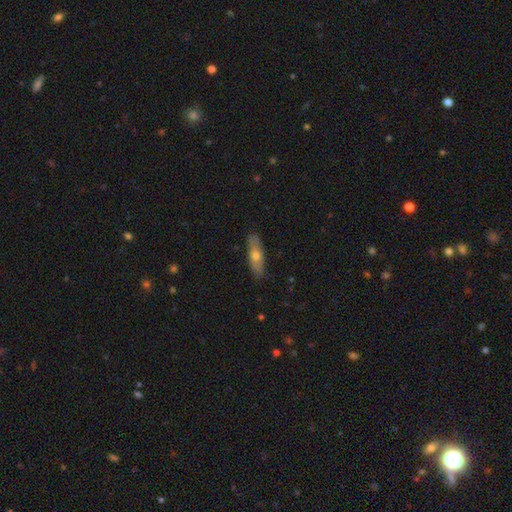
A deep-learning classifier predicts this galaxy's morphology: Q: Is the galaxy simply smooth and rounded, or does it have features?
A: smooth — 56%.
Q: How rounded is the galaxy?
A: cigar-shaped — 50%.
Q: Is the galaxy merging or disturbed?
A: none — 87%.